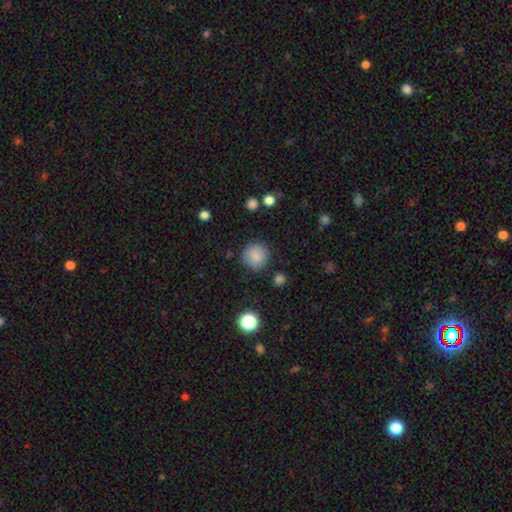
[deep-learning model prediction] A smooth galaxy with no disk features (83%) that is round (93%).

Vote fractions:
- Smooth or featured? smooth: 83% / star or artifact: 9% / featured or disk: 7%
- How rounded? round: 93% / in between: 6% / cigar-shaped: 1%
- Merging? none: 85% / minor disturbance: 10% / major disturbance: 3% / merger: 2%